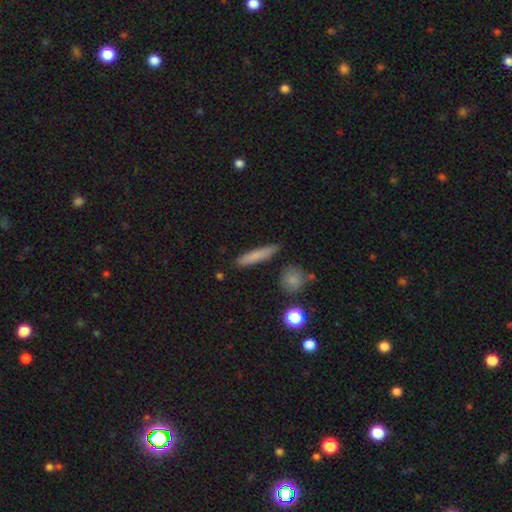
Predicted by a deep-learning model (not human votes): Q: Smooth or featured?
A: smooth (77%); runner-up: featured or disk (15%)
Q: How rounded?
A: cigar-shaped (88%); runner-up: in between (10%)
Q: Merging?
A: none (86%); runner-up: minor disturbance (9%)